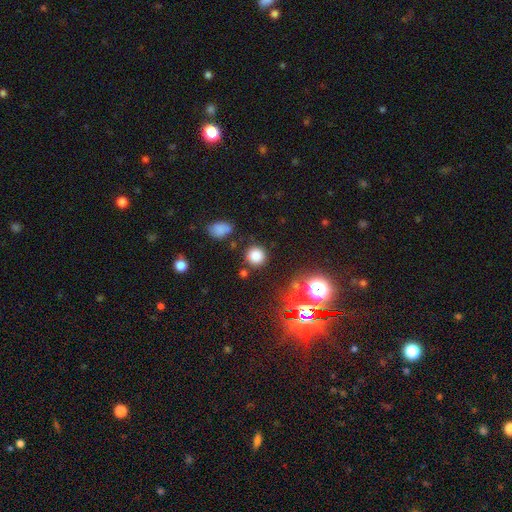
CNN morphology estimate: The model was most divided on "smooth or featured": smooth: 76%, star or artifact: 18%, featured or disk: 6%. More confident: how rounded — round (92%); merging — none (83%).